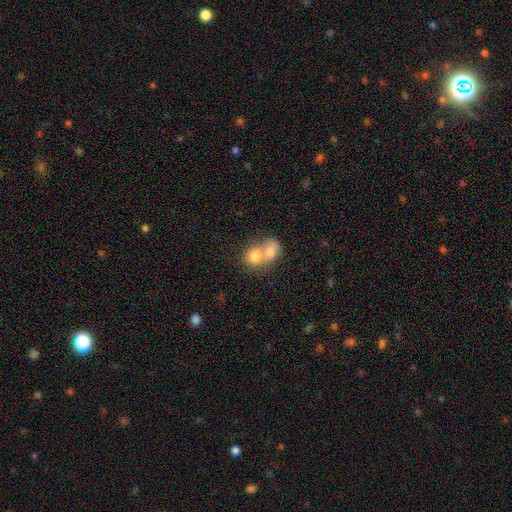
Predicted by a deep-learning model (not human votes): Smooth or featured?
  - smooth: 73% *
  - featured or disk: 19%
  - star or artifact: 8%
How rounded?
  - in between: 50% *
  - round: 49%
  - cigar-shaped: 1%
Merging?
  - merger: 76% *
  - none: 16%
  - minor disturbance: 5%
  - major disturbance: 3%